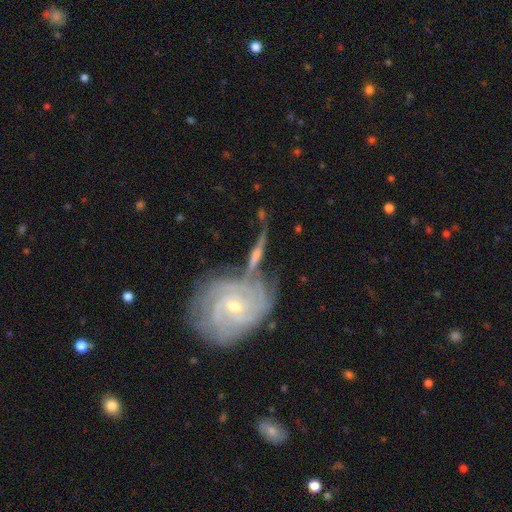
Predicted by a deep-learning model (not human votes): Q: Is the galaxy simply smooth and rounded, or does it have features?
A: featured or disk — 78%.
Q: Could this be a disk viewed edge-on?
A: no — 56%.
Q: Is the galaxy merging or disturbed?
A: none — 44%.